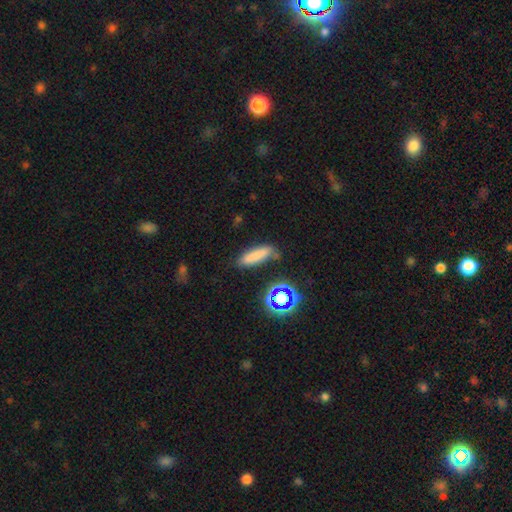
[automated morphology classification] smooth 74%, star or artifact 15%, featured or disk 11%. Down the decision tree: how rounded — cigar-shaped (61%); merging — none (72%).